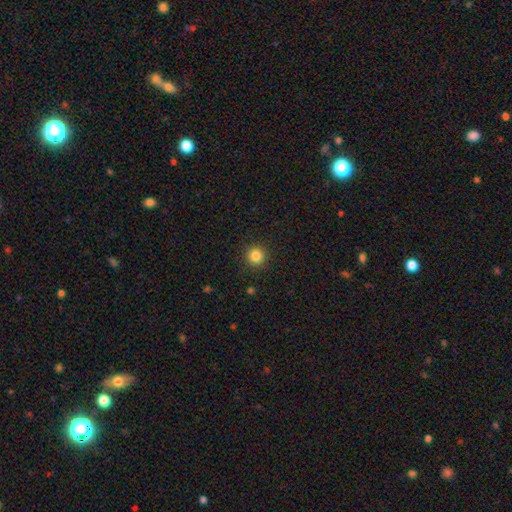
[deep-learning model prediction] Smooth or featured: smooth — 84% (star or artifact — 12%)
How rounded: round — 95% (in between — 4%)
Merging: none — 92% (minor disturbance — 5%)